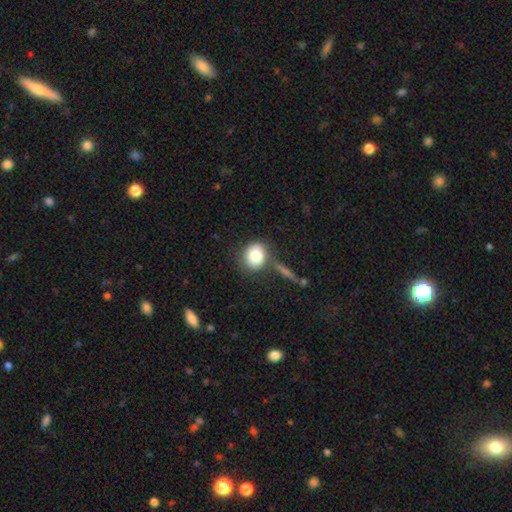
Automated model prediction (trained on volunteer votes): smooth 80%, featured or disk 12%, star or artifact 9%. Down the decision tree: how rounded — round (77%); merging — none (67%).